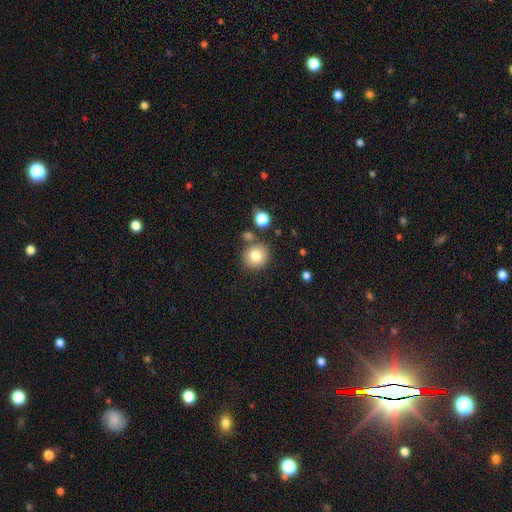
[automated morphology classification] This appears to be a smooth galaxy with no disk features (79%) that is round (89%). Merging: none (78%).